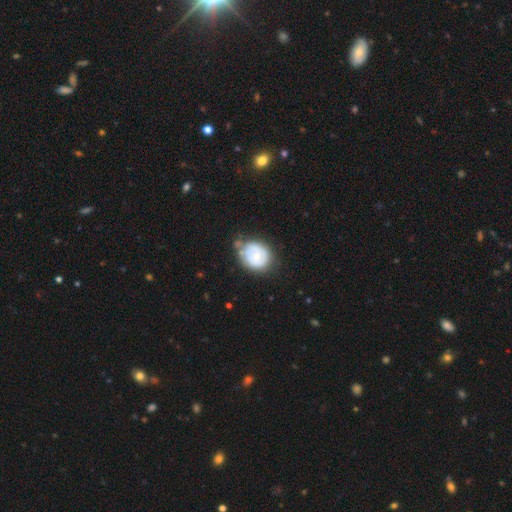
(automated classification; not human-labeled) Smooth or featured? Predicted: smooth (p=0.49). Merging? Predicted: none (p=0.53).